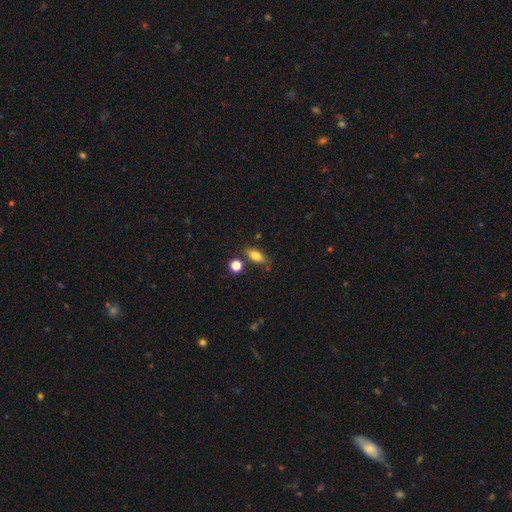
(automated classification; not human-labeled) The model was most divided on "merging": none: 73%, minor disturbance: 15%, merger: 7%, major disturbance: 4%. More confident: how rounded — in between (79%); smooth or featured — smooth (78%).